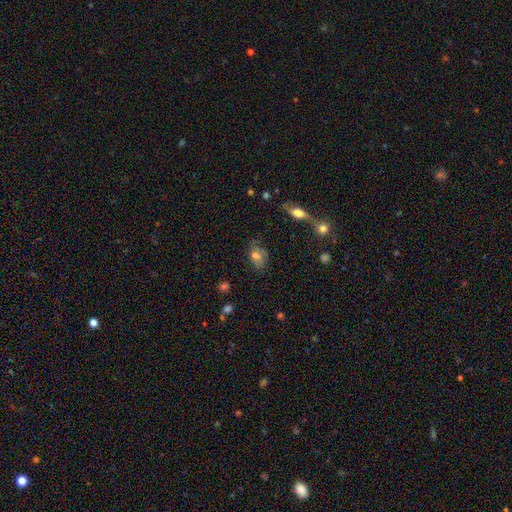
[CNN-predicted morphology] Overall: smooth (68%). How rounded: in between (75%). Merging: none (65%).